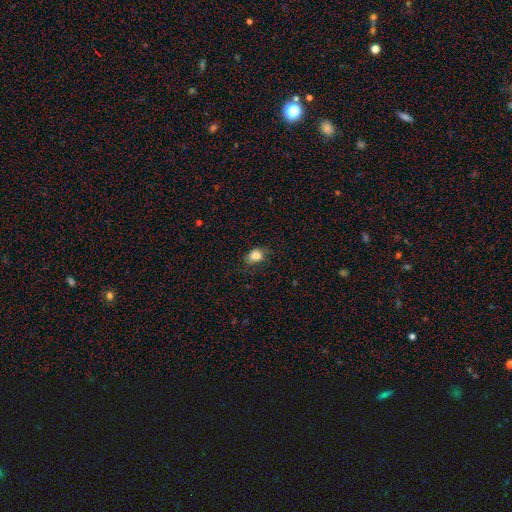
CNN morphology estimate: smooth 84%, star or artifact 10%, featured or disk 6%. Down the decision tree: how rounded — in between (65%); merging — none (62%).